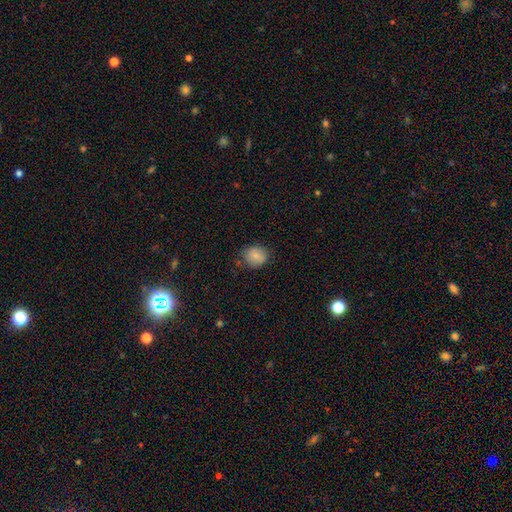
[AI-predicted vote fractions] Q: Smooth or featured?
A: smooth (81%); runner-up: featured or disk (10%)
Q: How rounded?
A: round (73%); runner-up: in between (26%)
Q: Merging?
A: none (76%); runner-up: minor disturbance (18%)